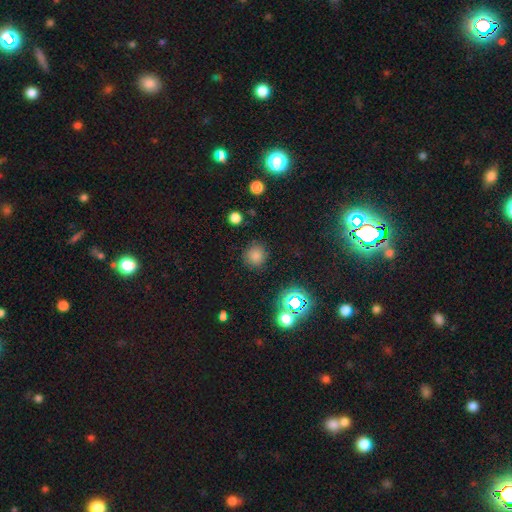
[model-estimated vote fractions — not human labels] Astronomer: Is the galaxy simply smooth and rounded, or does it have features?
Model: smooth — 75%.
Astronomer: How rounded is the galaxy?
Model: round — 92%.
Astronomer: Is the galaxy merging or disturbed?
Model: none — 85%.